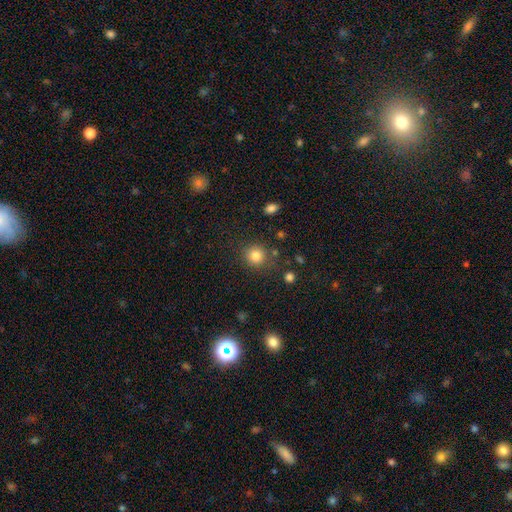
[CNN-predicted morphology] This appears to be a smooth galaxy with no disk features (84%) that is round (88%). Merging: none (80%).